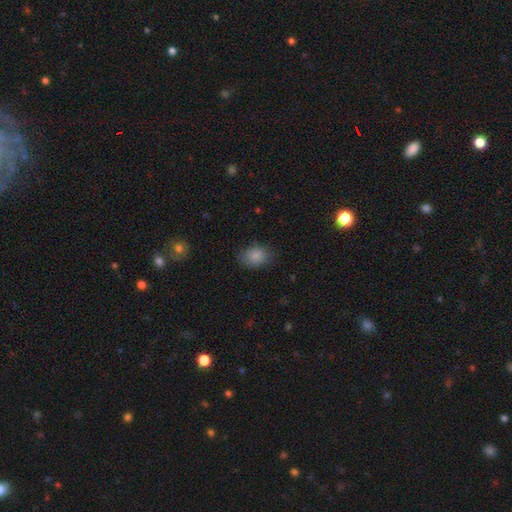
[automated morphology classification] smooth-or-featured: smooth: 86% | star or artifact: 9% | featured or disk: 5%
  how-rounded: in between: 73% | round: 26% | cigar-shaped: 1%
  merging: none: 77% | minor disturbance: 17% | major disturbance: 4% | merger: 1%